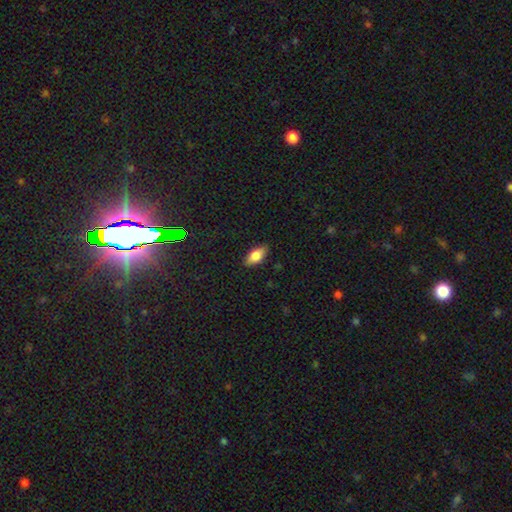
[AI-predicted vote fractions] smooth_or_featured: smooth (p=0.76) [alt: featured or disk p=0.16]
how_rounded: in between (p=0.87) [alt: cigar-shaped p=0.10]
merging: none (p=0.86) [alt: minor disturbance p=0.11]